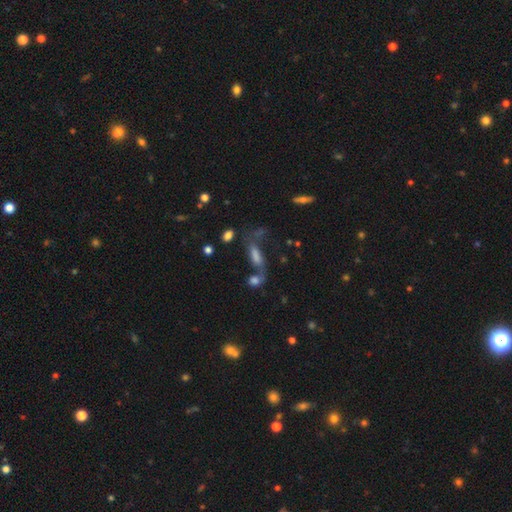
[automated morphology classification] Smooth or featured? Predicted: featured or disk (p=0.40). Merging? Predicted: none (p=0.38).